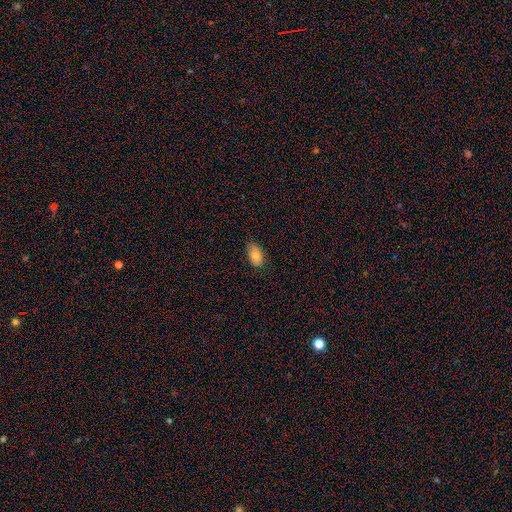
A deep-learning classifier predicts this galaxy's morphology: Smooth or featured?
  - smooth: 79% *
  - featured or disk: 13%
  - star or artifact: 8%
How rounded?
  - in between: 92% *
  - round: 7%
  - cigar-shaped: 2%
Merging?
  - none: 75% *
  - minor disturbance: 21%
  - major disturbance: 3%
  - merger: 1%